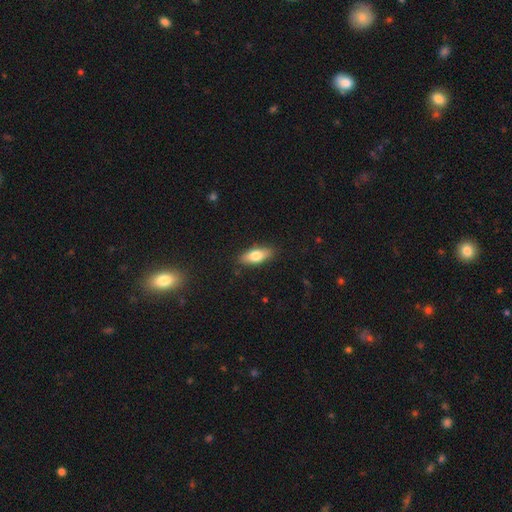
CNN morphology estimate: A smooth galaxy with no disk features (74%) that is in between round and cigar-shaped (74%). Merging: none (86%).